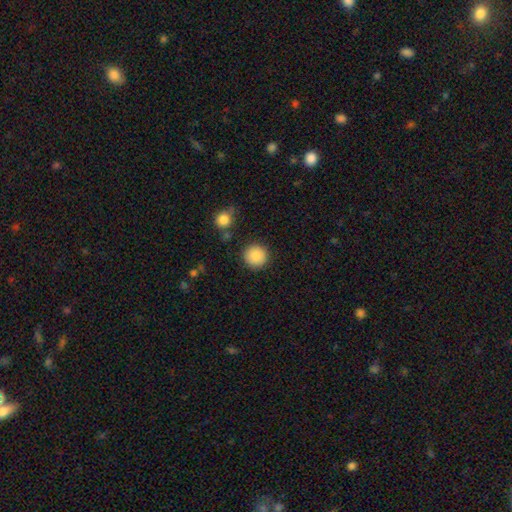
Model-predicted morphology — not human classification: Q: Smooth or featured?
A: smooth (88%); runner-up: star or artifact (8%)
Q: How rounded?
A: round (95%); runner-up: in between (4%)
Q: Merging?
A: none (89%); runner-up: minor disturbance (6%)